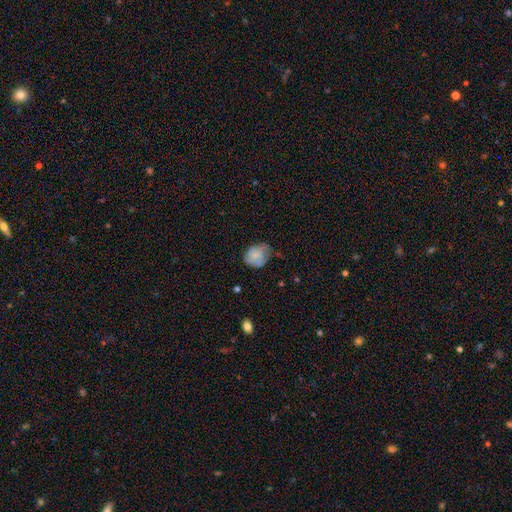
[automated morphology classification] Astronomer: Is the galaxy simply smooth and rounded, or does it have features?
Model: smooth — 69%.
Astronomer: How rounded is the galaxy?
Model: round — 50% (runner-up: in between, 49%).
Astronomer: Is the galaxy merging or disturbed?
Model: none — 43% (runner-up: minor disturbance, 39%).